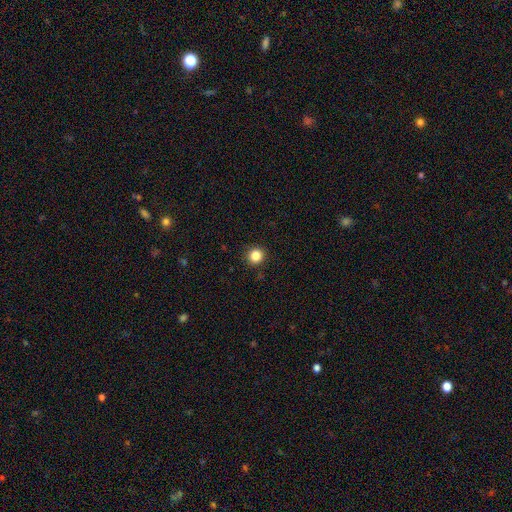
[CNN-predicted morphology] This appears to be a smooth galaxy with no disk features (85%) that is round (93%). Merging: none (91%).